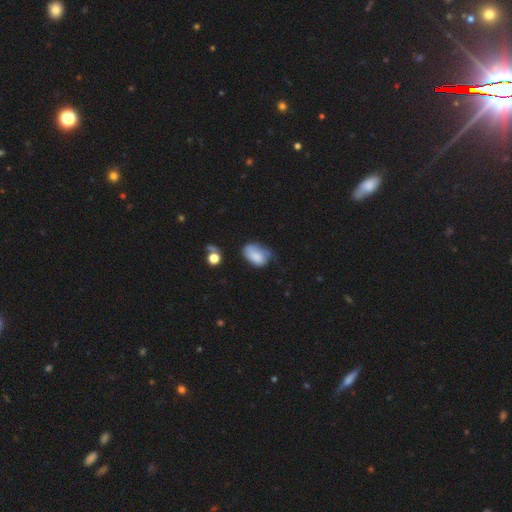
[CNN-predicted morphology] Smooth or featured?
  - smooth: 72% *
  - featured or disk: 19%
  - star or artifact: 9%
How rounded?
  - in between: 85% *
  - round: 13%
  - cigar-shaped: 2%
Merging?
  - minor disturbance: 38% *
  - none: 33%
  - major disturbance: 23%
  - merger: 6%